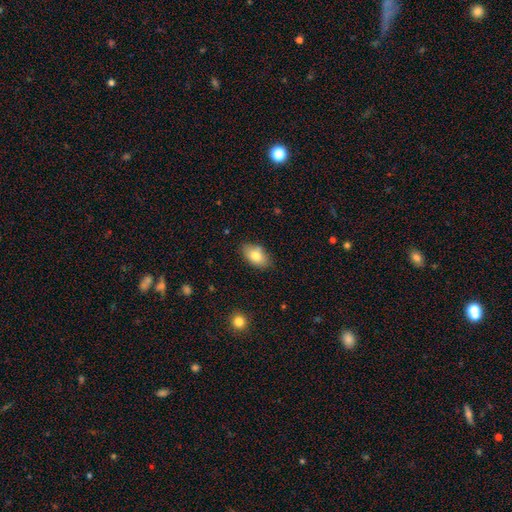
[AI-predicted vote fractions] This appears to be a smooth galaxy with no disk features (79%) that is in between round and cigar-shaped (90%). Merging: none (80%).